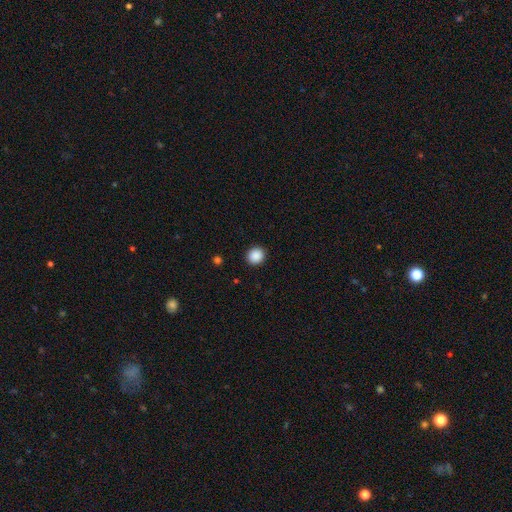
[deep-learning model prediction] smooth-or-featured: smooth: 89% | star or artifact: 9% | featured or disk: 2%
  how-rounded: round: 87% | in between: 12% | cigar-shaped: 1%
  merging: none: 92% | minor disturbance: 5% | major disturbance: 2% | merger: 1%